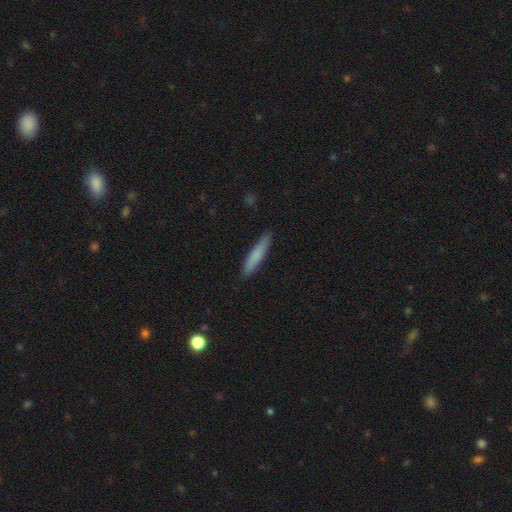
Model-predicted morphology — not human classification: Smooth or featured? smooth (78%)
How rounded? cigar-shaped (91%)
Merging? none (89%)